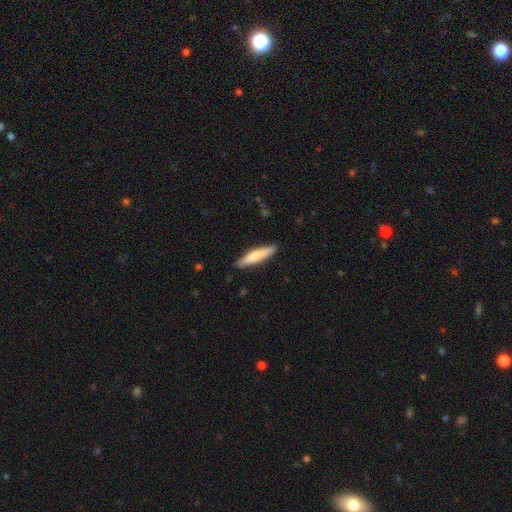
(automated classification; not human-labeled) A smooth galaxy with no disk features (72%) that is cigar-shaped (85%). Merging: none (87%).